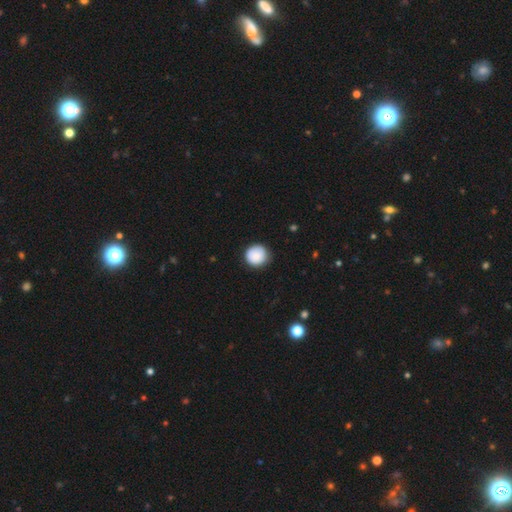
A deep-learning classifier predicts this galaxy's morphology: Smooth or featured? Predicted: smooth (p=0.84). How rounded? Predicted: round (p=0.94). Merging? Predicted: none (p=0.86).